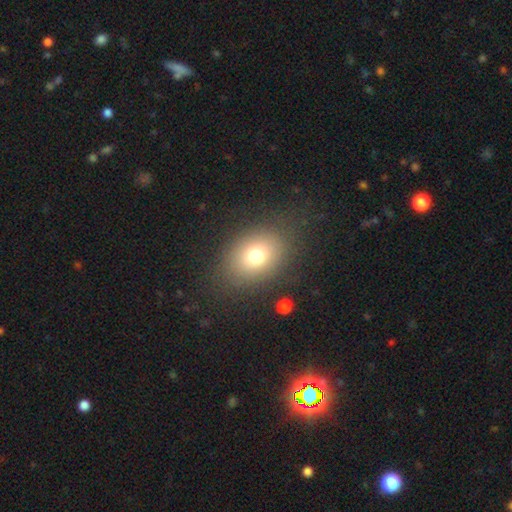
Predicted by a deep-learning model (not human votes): Smooth or featured: smooth — 73% (star or artifact — 14%)
How rounded: in between — 59% (round — 40%)
Merging: none — 81% (minor disturbance — 11%)